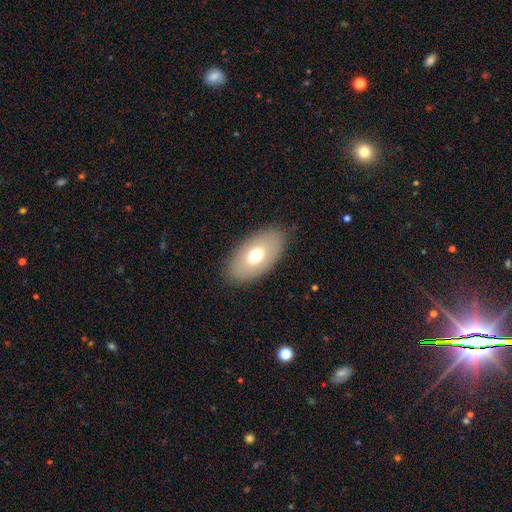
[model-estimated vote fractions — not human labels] The model was most divided on "smooth or featured": smooth: 65%, featured or disk: 28%, star or artifact: 8%. More confident: how rounded — in between (94%); merging — none (85%).